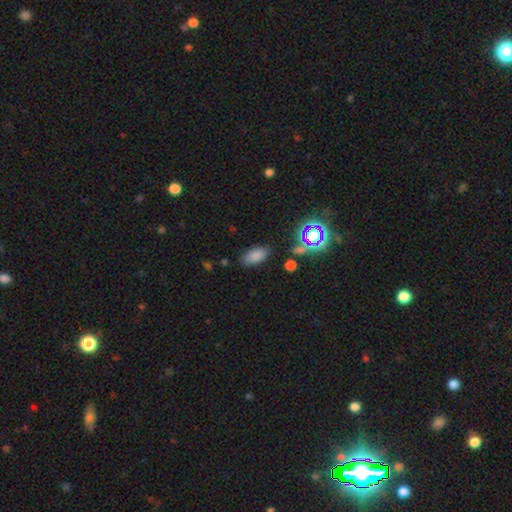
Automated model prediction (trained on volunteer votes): Overall: smooth (77%). How rounded: in between (90%). Merging: none (83%).